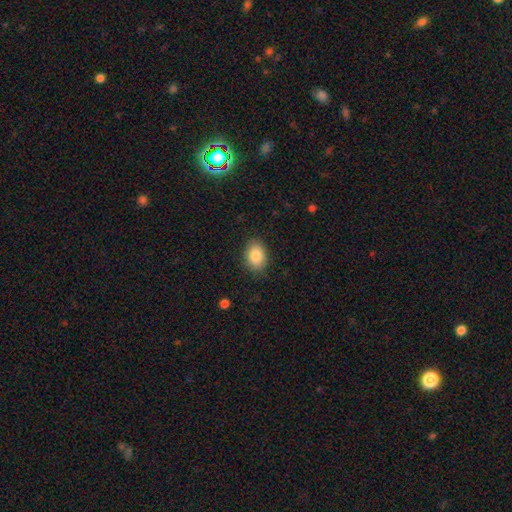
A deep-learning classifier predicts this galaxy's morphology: smooth-or-featured: smooth: 85% | star or artifact: 8% | featured or disk: 7%
  how-rounded: in between: 74% | round: 25% | cigar-shaped: 1%
  merging: none: 86% | minor disturbance: 10% | major disturbance: 3% | merger: 1%